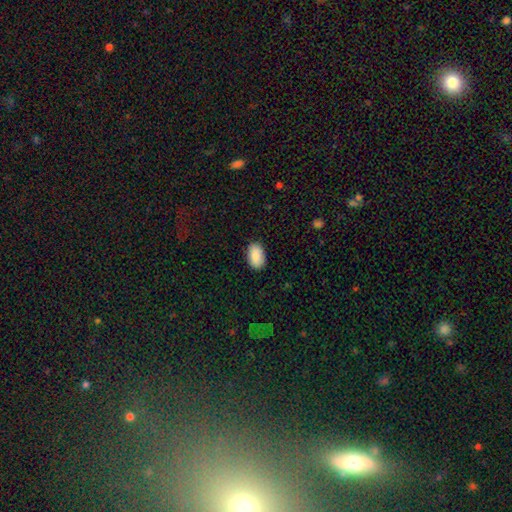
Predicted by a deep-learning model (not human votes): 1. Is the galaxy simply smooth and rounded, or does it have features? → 89% smooth, 6% star or artifact, 5% featured or disk.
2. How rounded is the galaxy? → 93% in between, 6% round, 1% cigar-shaped.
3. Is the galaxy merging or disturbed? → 87% none, 10% minor disturbance, 2% major disturbance, 1% merger.